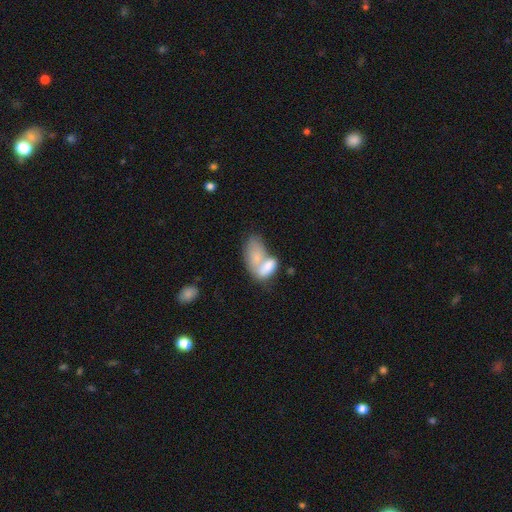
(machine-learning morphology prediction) Smooth or featured?
  - smooth: 73% *
  - featured or disk: 20%
  - star or artifact: 7%
How rounded?
  - in between: 91% *
  - round: 5%
  - cigar-shaped: 4%
Merging?
  - merger: 69% *
  - none: 14%
  - major disturbance: 9%
  - minor disturbance: 8%